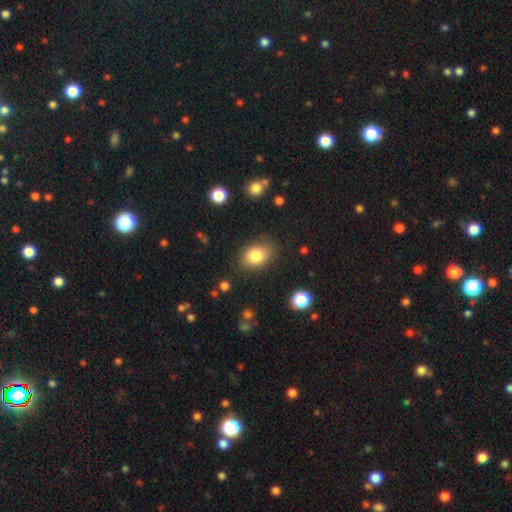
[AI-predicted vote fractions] This is clearly a smooth galaxy (83%). How rounded: likely in between (74%). Merging: clearly none (80%).